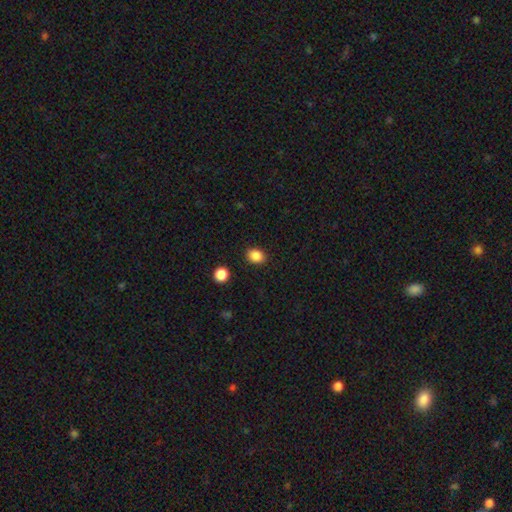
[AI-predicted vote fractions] Q: Smooth or featured?
A: smooth (87%); runner-up: star or artifact (10%)
Q: How rounded?
A: in between (51%); runner-up: round (49%)
Q: Merging?
A: none (88%); runner-up: minor disturbance (7%)